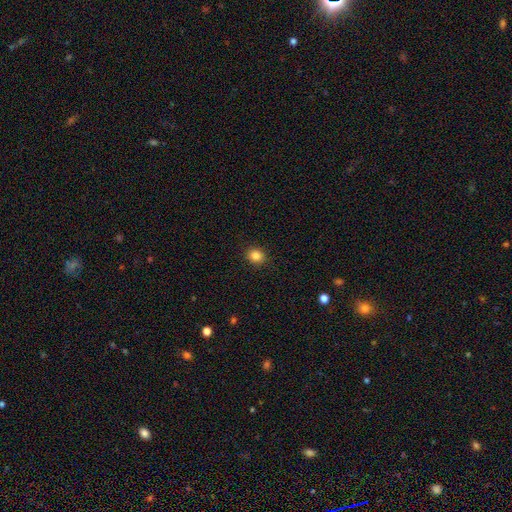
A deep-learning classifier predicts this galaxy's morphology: The model was most divided on "how rounded": round: 79%, in between: 20%, cigar-shaped: 1%. More confident: merging — none (91%); smooth or featured — smooth (85%).